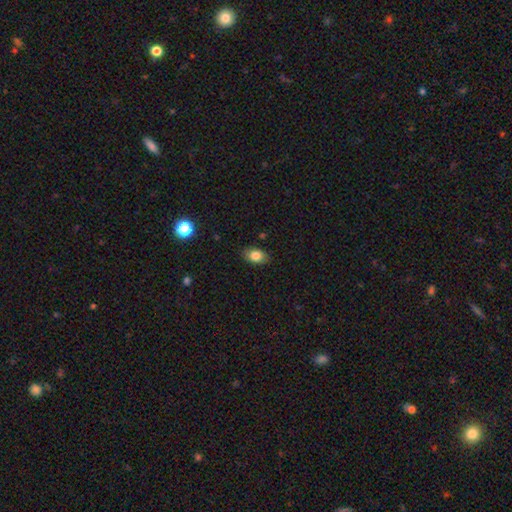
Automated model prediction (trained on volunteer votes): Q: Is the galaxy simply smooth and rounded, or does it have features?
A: smooth — 82%.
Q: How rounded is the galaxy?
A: in between — 86%.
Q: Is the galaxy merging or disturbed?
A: none — 85%.